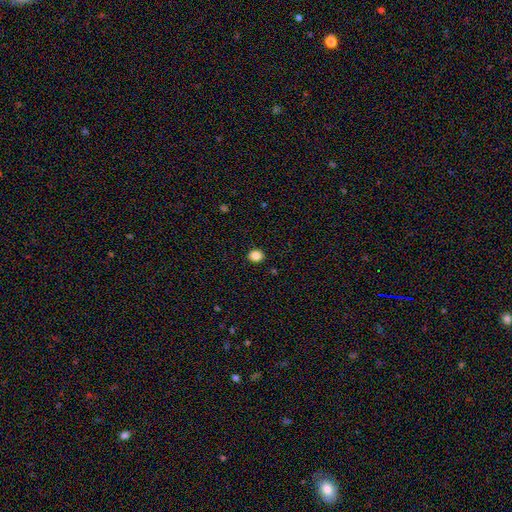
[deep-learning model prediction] Q: Smooth or featured?
A: smooth (85%); runner-up: star or artifact (11%)
Q: How rounded?
A: round (75%); runner-up: in between (24%)
Q: Merging?
A: none (91%); runner-up: minor disturbance (6%)